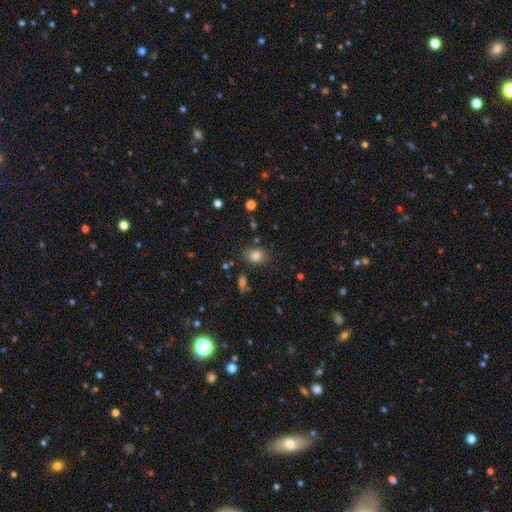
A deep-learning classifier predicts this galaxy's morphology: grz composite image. It shows a smooth galaxy with no disk features (81%) that is in between round and cigar-shaped (49%, tied with round). Merging: none (80%).